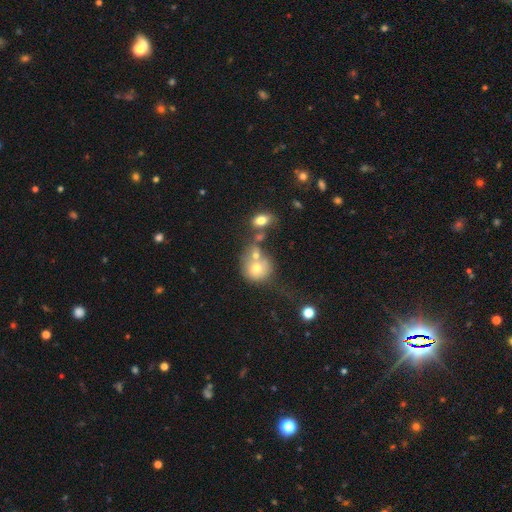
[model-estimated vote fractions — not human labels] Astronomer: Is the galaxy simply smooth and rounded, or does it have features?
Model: smooth — 66%.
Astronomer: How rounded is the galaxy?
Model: round — 74%.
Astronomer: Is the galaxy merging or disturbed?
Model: merger — 51% (runner-up: none, 30%).